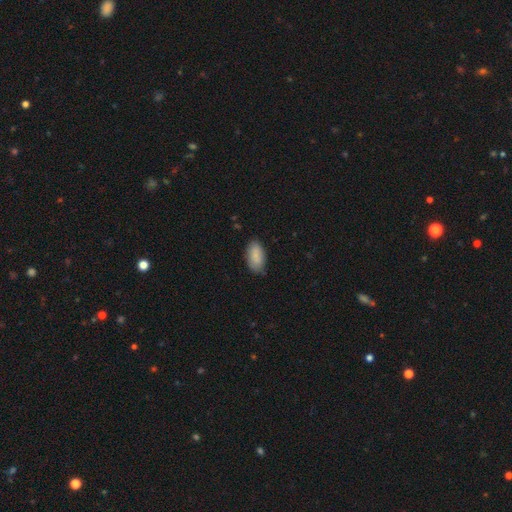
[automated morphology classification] This is clearly a smooth galaxy (86%). How rounded: clearly in between (94%). Merging: likely none (75%).